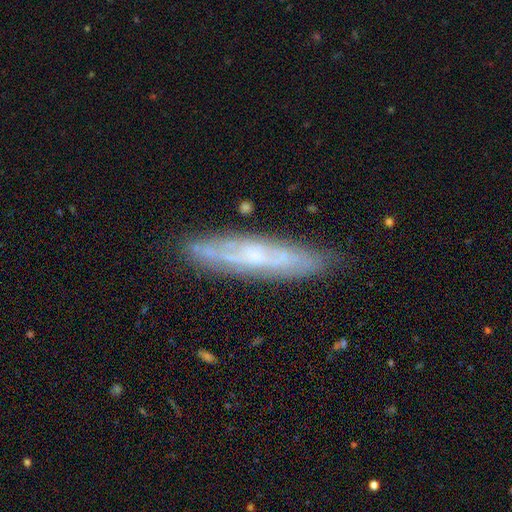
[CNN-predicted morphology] The model was most divided on "edge-on disk": yes: 56%, no: 44%. More confident: merging — none (80%); smooth or featured — featured or disk (64%).